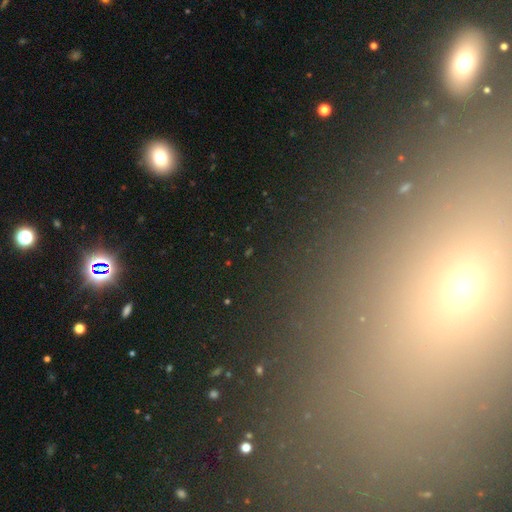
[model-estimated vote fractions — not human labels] The model was most divided on "smooth or featured": star or artifact: 53%, smooth: 31%, featured or disk: 17%.